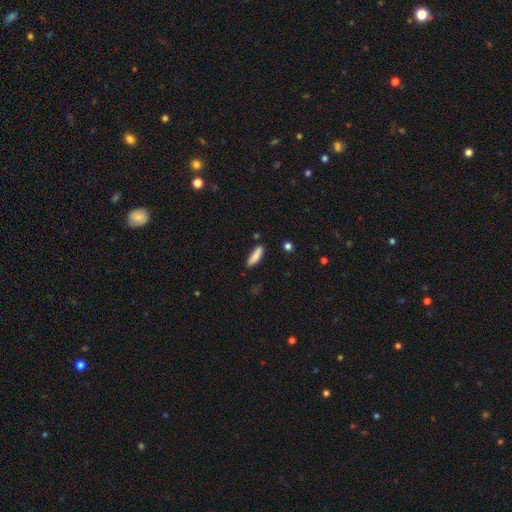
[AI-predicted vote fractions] Smooth or featured? Predicted: smooth (p=0.86). How rounded? Predicted: cigar-shaped (p=0.59). Merging? Predicted: none (p=0.81).